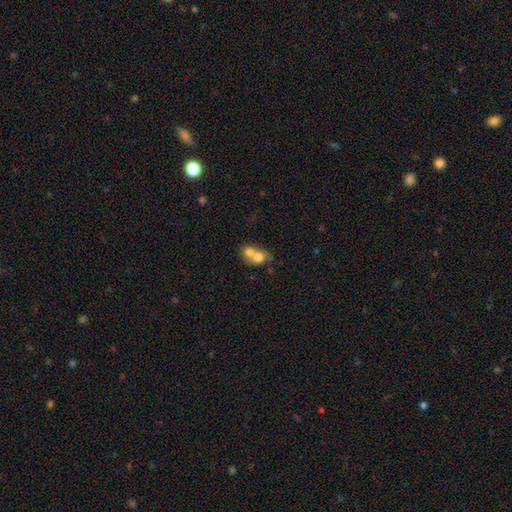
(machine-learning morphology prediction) smooth_or_featured: smooth (p=0.70) [alt: featured or disk p=0.22]
how_rounded: round (p=0.59) [alt: in between p=0.40]
merging: merger (p=0.75) [alt: none p=0.17]